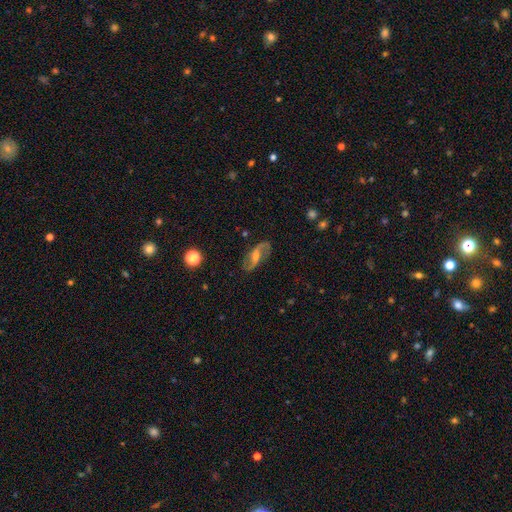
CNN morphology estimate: Smooth or featured? featured or disk (82%)
Edge-on disk? no (95%)
Bar? weak (50%)
Spiral arms? yes (95%)
Spiral winding? loose (52%)
Spiral arm count? 2 (92%)
Bulge size? moderate (43%)
Merging? none (81%)